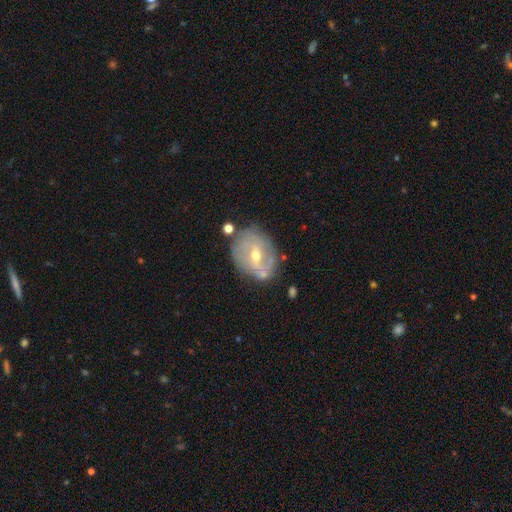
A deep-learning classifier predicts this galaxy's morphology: Q: Smooth or featured?
A: featured or disk (69%); runner-up: smooth (23%)
Q: Edge-on disk?
A: no (94%); runner-up: yes (6%)
Q: Bar?
A: weak (47%); runner-up: strong (28%)
Q: Spiral arms?
A: yes (54%); runner-up: no (46%)
Q: Bulge size?
A: moderate (55%); runner-up: small (42%)
Q: Merging?
A: none (63%); runner-up: minor disturbance (22%)